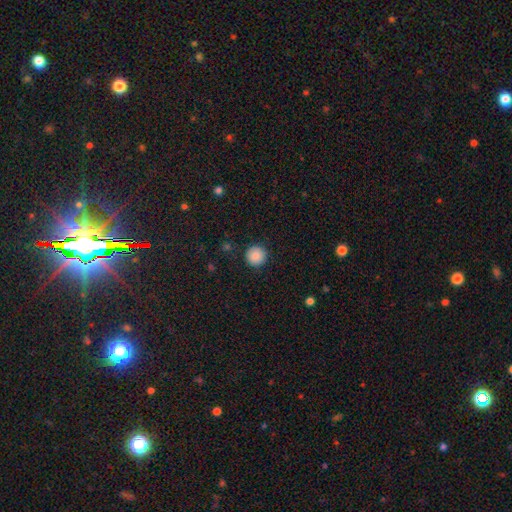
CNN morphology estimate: Smooth or featured?
  - smooth: 89% *
  - star or artifact: 9%
  - featured or disk: 3%
How rounded?
  - round: 95% *
  - in between: 4%
  - cigar-shaped: 1%
Merging?
  - none: 91% *
  - minor disturbance: 6%
  - major disturbance: 2%
  - merger: 1%